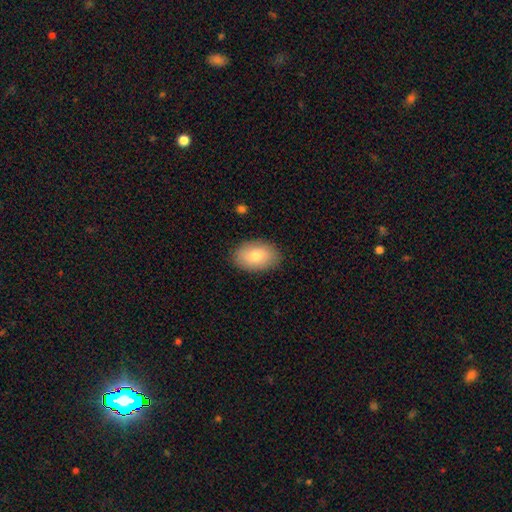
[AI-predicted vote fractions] Overall: smooth (78%). How rounded: in between (88%). Merging: none (88%).